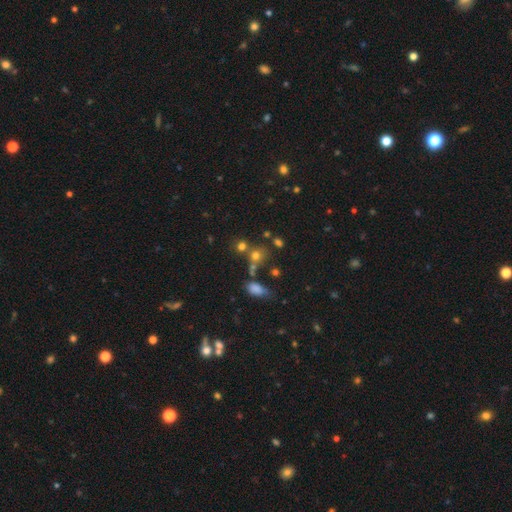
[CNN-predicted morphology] Smooth or featured?
  - smooth: 67% *
  - star or artifact: 20%
  - featured or disk: 13%
How rounded?
  - round: 74% *
  - in between: 24%
  - cigar-shaped: 2%
Merging?
  - none: 52% *
  - merger: 29%
  - minor disturbance: 12%
  - major disturbance: 6%